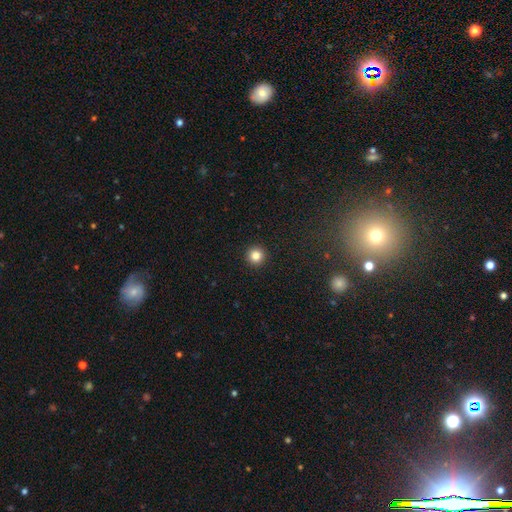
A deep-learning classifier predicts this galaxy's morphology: This is clearly a smooth galaxy (83%). How rounded: clearly round (96%). Merging: clearly none (94%).